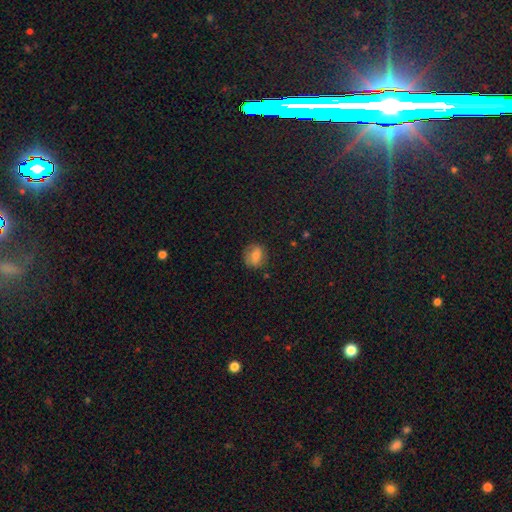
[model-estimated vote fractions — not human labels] A smooth galaxy with no disk features (71%) that is round (75%). Merging: none (81%).